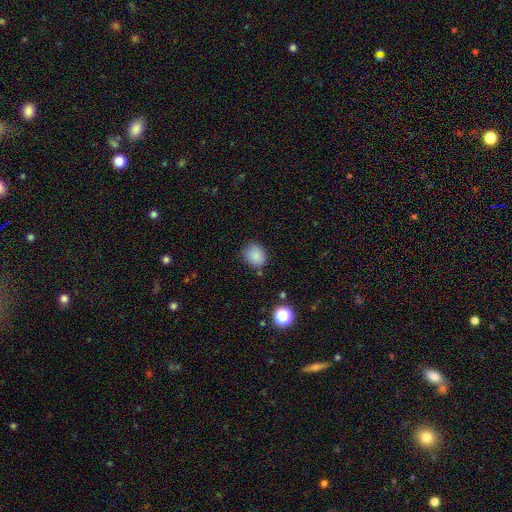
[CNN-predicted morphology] Overall: smooth (84%). How rounded: round (58%; in between 41%). Merging: none (75%).